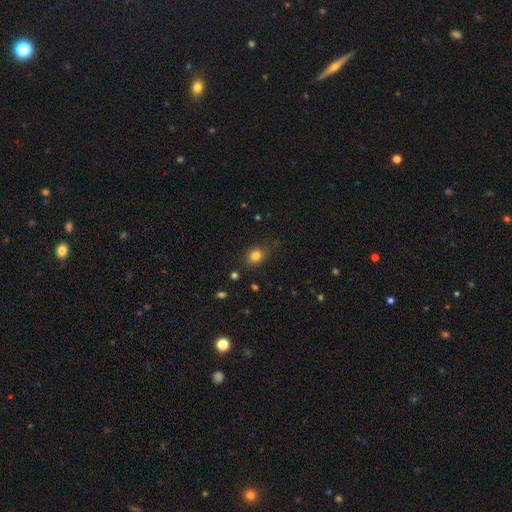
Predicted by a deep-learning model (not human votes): Smooth or featured? Predicted: smooth (p=0.81). How rounded? Predicted: round (p=0.54). Merging? Predicted: none (p=0.81).